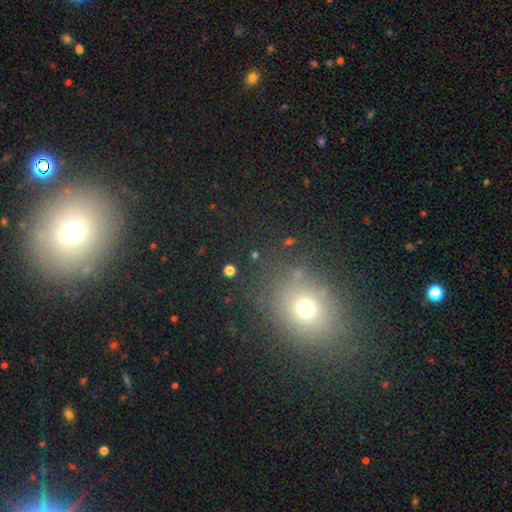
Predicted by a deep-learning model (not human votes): smooth 53%, star or artifact 36%, featured or disk 12%. Down the decision tree: how rounded — round (69%); merging — none (79%).